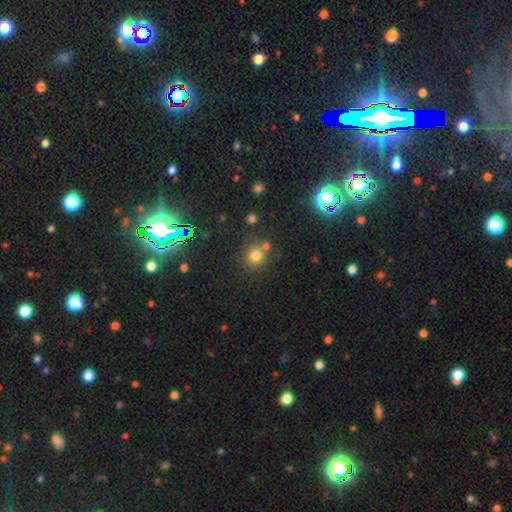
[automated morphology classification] type=smooth (74%); roundness=round (88%); merging=none (70%).